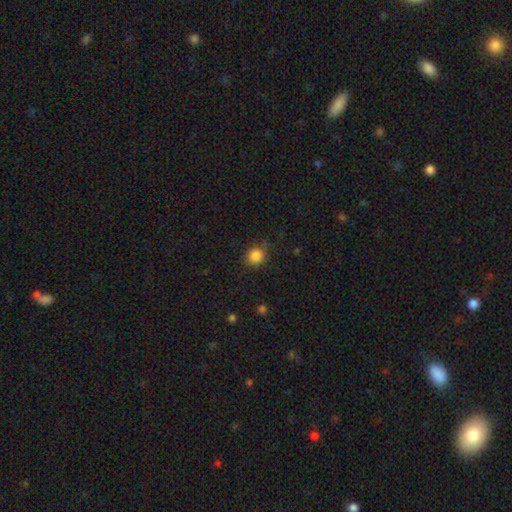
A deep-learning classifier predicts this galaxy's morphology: Q: Smooth or featured?
A: smooth (85%); runner-up: star or artifact (11%)
Q: How rounded?
A: round (87%); runner-up: in between (12%)
Q: Merging?
A: none (82%); runner-up: minor disturbance (13%)